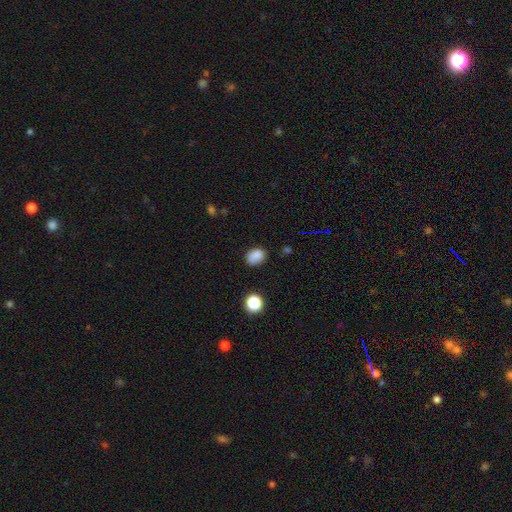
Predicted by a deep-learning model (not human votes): Smooth or featured?
  - smooth: 83% *
  - star or artifact: 12%
  - featured or disk: 5%
How rounded?
  - in between: 60% *
  - round: 39%
  - cigar-shaped: 1%
Merging?
  - none: 75% *
  - minor disturbance: 18%
  - major disturbance: 4%
  - merger: 3%